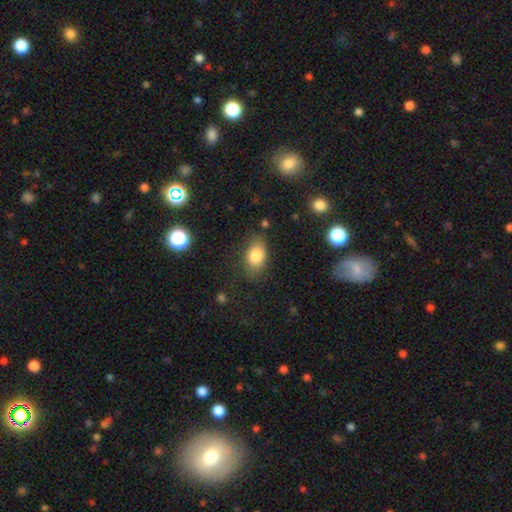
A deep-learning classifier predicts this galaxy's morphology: A smooth galaxy with no disk features (82%) that is in between round and cigar-shaped (85%). Merging: none (74%).